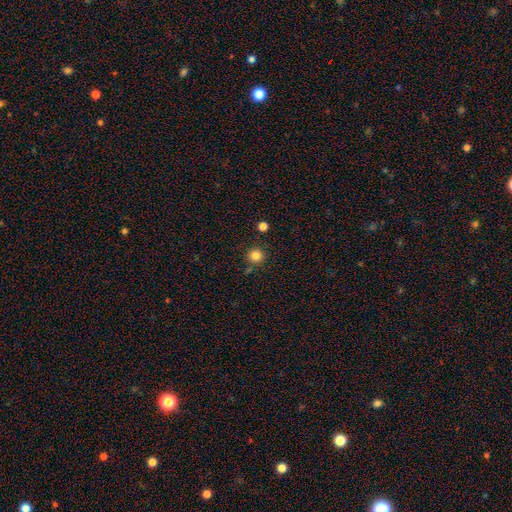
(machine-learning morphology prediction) This is clearly a smooth galaxy (83%). How rounded: clearly round (95%). Merging: clearly none (86%).